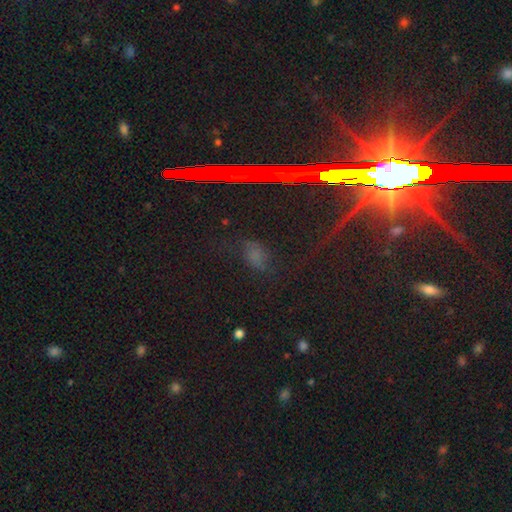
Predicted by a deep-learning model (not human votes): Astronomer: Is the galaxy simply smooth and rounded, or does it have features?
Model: star or artifact — 45% (runner-up: smooth, 35%).